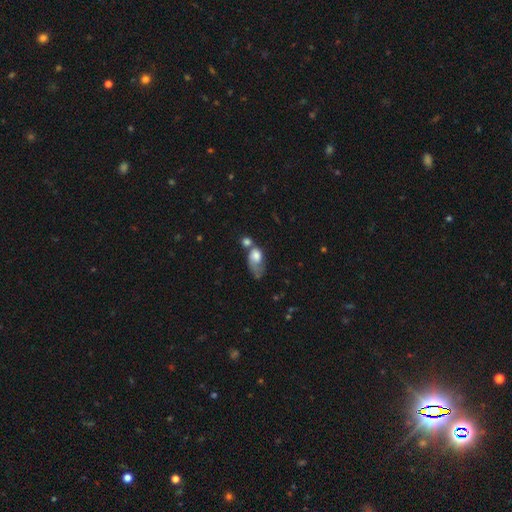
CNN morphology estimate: Overall: smooth (68%). How rounded: in between (78%). Merging: merger (38%; major disturbance 30%).